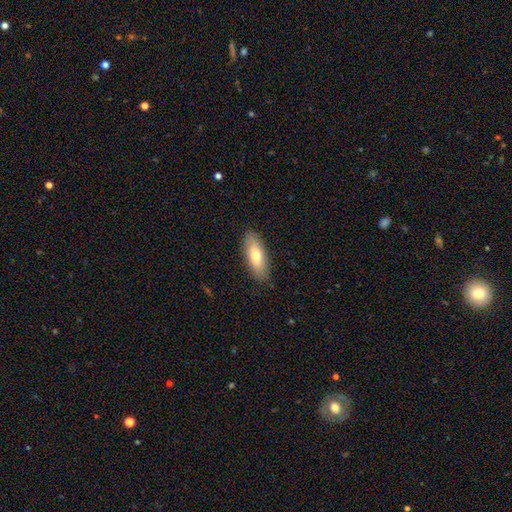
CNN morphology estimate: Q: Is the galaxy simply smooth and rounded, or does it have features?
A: smooth — 73%.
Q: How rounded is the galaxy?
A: in between — 71%.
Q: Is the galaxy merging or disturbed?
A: none — 87%.